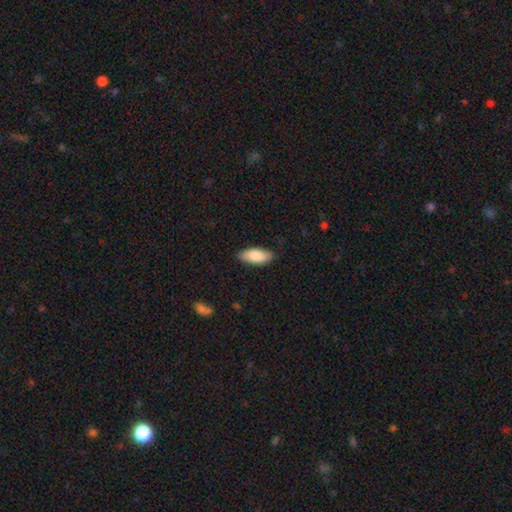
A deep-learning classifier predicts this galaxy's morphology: Smooth or featured?
  - smooth: 86% *
  - featured or disk: 8%
  - star or artifact: 5%
How rounded?
  - in between: 85% *
  - cigar-shaped: 13%
  - round: 2%
Merging?
  - none: 85% *
  - minor disturbance: 12%
  - major disturbance: 2%
  - merger: 1%